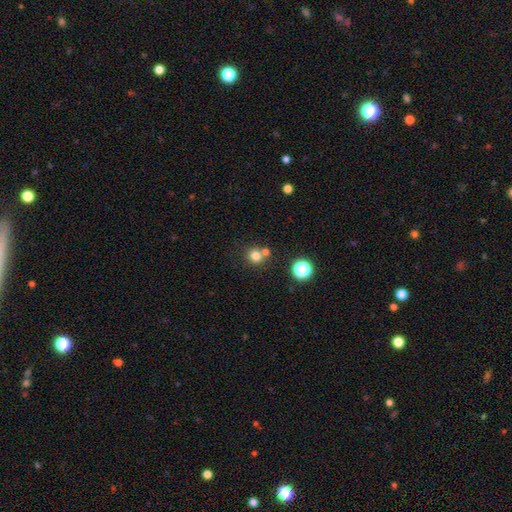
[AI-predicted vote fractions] smooth-or-featured: smooth: 77% | star or artifact: 15% | featured or disk: 7%
  how-rounded: round: 90% | in between: 9% | cigar-shaped: 1%
  merging: none: 63% | merger: 26% | minor disturbance: 7% | major disturbance: 3%